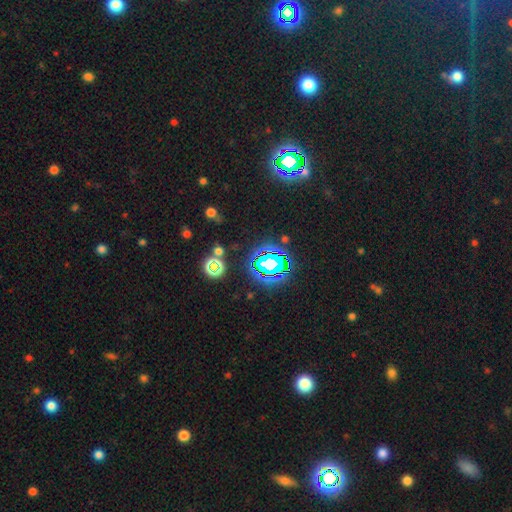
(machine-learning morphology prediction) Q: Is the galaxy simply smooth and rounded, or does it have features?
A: star or artifact — 80%.